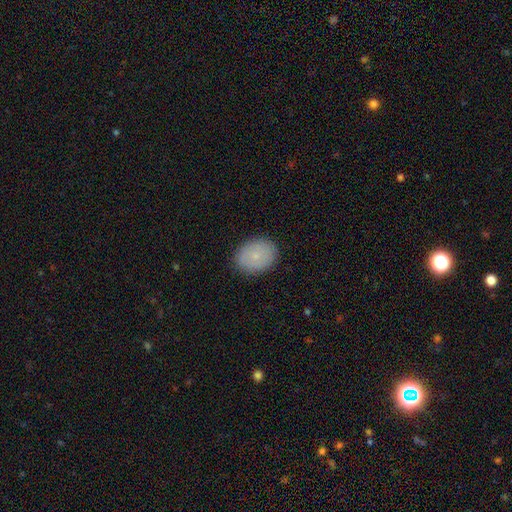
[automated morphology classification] Smooth or featured?
  - smooth: 78% *
  - featured or disk: 14%
  - star or artifact: 8%
How rounded?
  - in between: 60% *
  - round: 39%
  - cigar-shaped: 1%
Merging?
  - none: 87% *
  - minor disturbance: 10%
  - major disturbance: 2%
  - merger: 1%